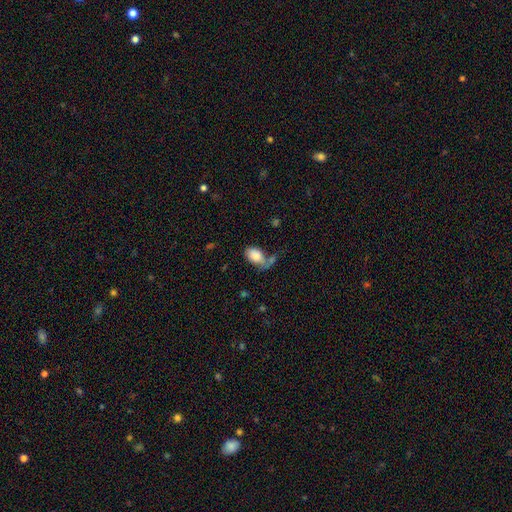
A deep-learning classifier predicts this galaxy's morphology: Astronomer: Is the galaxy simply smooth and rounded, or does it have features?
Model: smooth — 81%.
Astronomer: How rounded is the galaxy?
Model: in between — 91%.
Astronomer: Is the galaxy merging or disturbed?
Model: none — 38% (runner-up: merger, 23%).